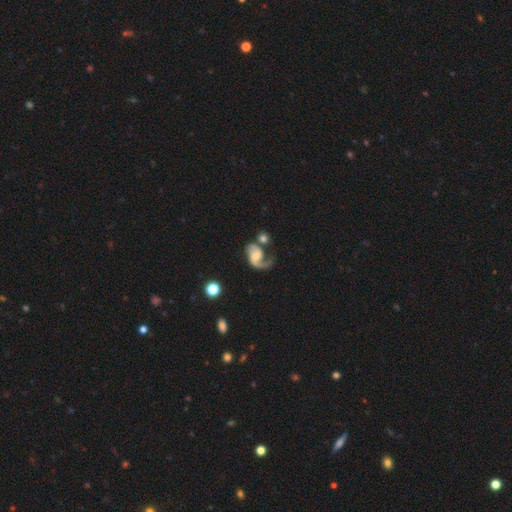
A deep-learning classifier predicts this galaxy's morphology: smooth-or-featured: featured or disk: 79% | smooth: 14% | star or artifact: 6%
  disk-edge-on: no: 98% | yes: 2%
    bar: no: 55% | weak: 36% | strong: 9%
    has-spiral-arms: yes: 93% | no: 7%
      spiral-winding: loose: 51% | medium: 36% | tight: 12%
      spiral-arm-count: 2: 49% | 1: 45% | can't tell: 4% | 3: 1% | 4: 1% | more than 4: 1%
    bulge-size: moderate: 43% | small: 37% | none: 10% | large: 8% | dominant: 2%
  merging: none: 31% (tied) | major disturbance: 31% (tied) | merger: 22% | minor disturbance: 17%